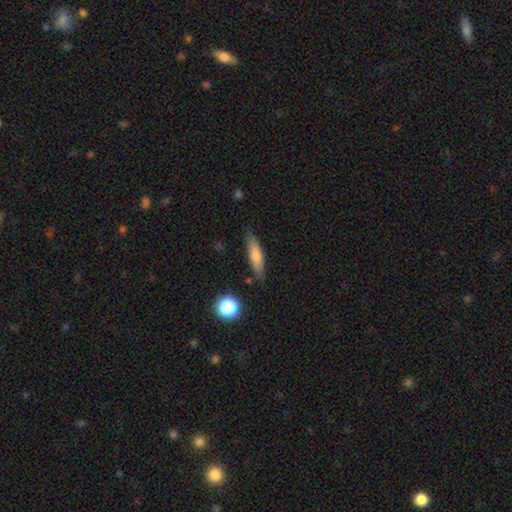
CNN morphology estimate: A smooth galaxy with no disk features (67%) that is cigar-shaped (75%). Merging: none (83%).